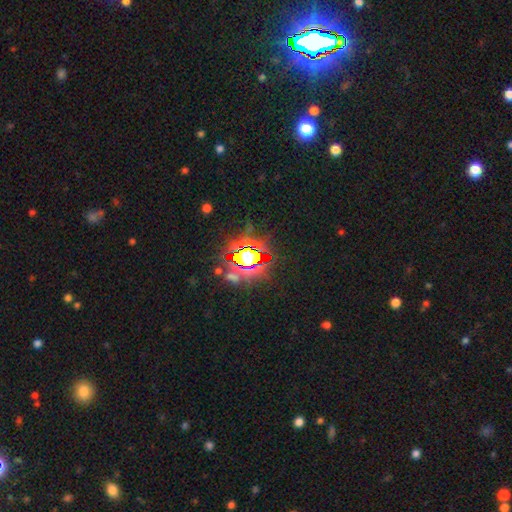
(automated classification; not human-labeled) This is likely a star or artifact rather than a galaxy (79%).